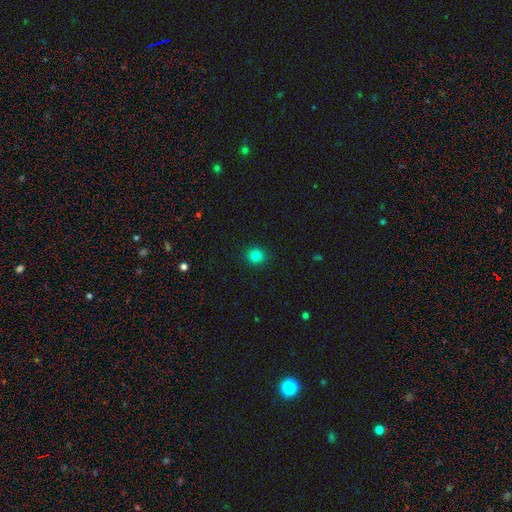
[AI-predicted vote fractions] This appears to be a smooth galaxy with no disk features (82%) that is round (91%). Merging: none (92%).